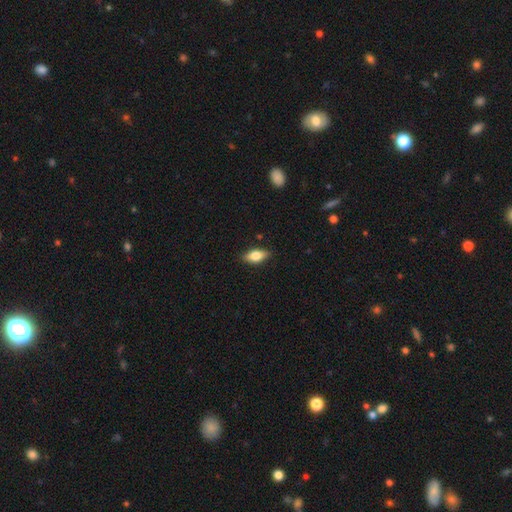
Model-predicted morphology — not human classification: Overall: smooth (75%). How rounded: in between (86%). Merging: none (87%).